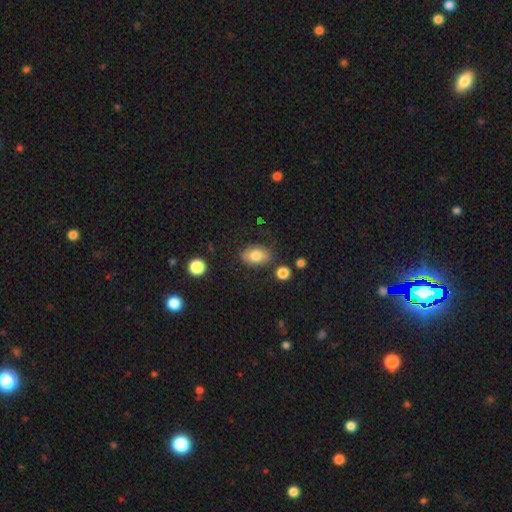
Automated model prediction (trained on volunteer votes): smooth 79%, featured or disk 13%, star or artifact 8%. Down the decision tree: how rounded — in between (86%); merging — none (75%).